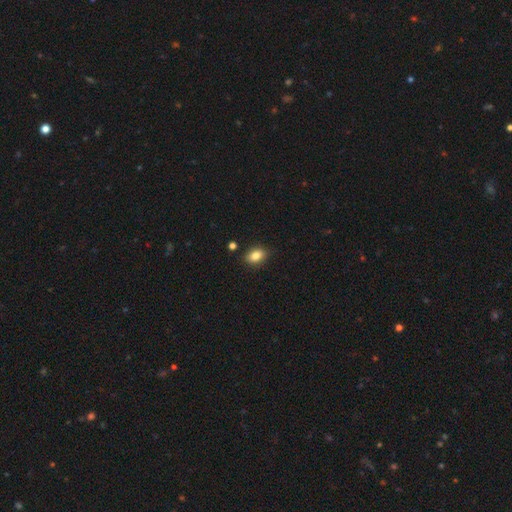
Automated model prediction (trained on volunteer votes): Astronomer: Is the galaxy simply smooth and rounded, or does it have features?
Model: smooth — 84%.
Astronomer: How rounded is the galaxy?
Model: in between — 80%.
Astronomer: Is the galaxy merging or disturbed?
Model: none — 86%.